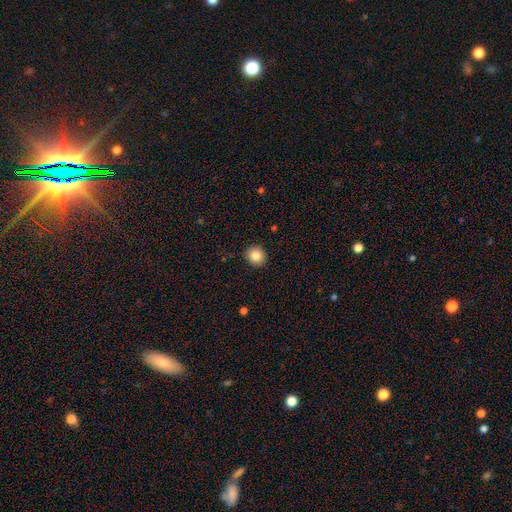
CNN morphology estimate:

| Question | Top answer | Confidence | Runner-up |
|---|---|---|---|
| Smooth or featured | smooth | 85% | star or artifact (10%) |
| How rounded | round | 89% | in between (10%) |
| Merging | none | 91% | minor disturbance (6%) |